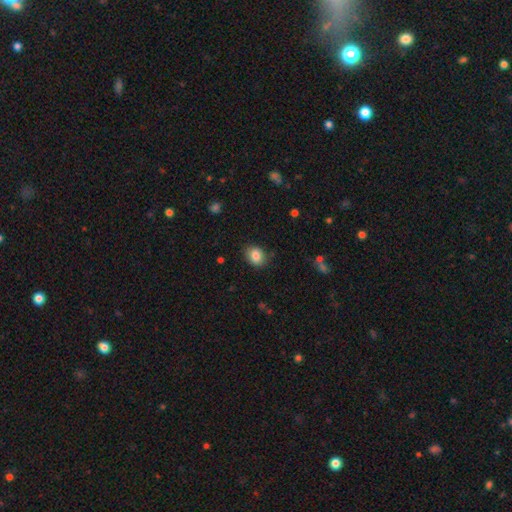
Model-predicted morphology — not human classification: The model was most divided on "how rounded": in between: 52%, round: 47%, cigar-shaped: 1%. More confident: smooth or featured — smooth (85%); merging — none (84%).